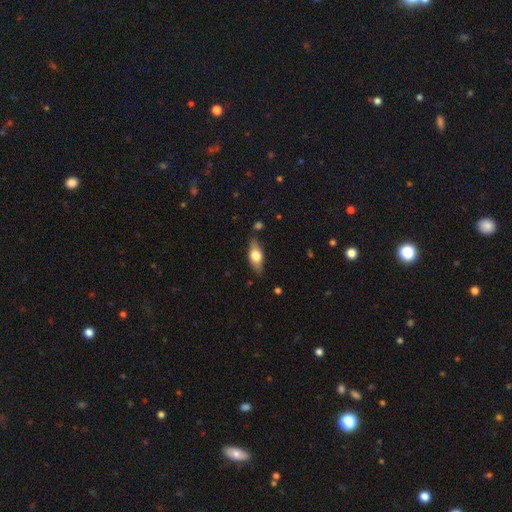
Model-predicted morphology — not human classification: Smooth or featured?
  - smooth: 60% *
  - featured or disk: 34%
  - star or artifact: 6%
How rounded?
  - in between: 78% *
  - cigar-shaped: 18%
  - round: 4%
Merging?
  - none: 80% *
  - minor disturbance: 15%
  - major disturbance: 3%
  - merger: 2%